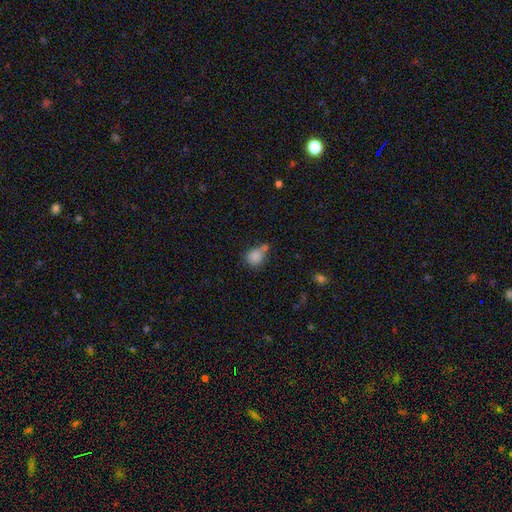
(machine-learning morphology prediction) Smooth or featured?
  - smooth: 83% *
  - star or artifact: 10%
  - featured or disk: 7%
How rounded?
  - round: 69% *
  - in between: 30%
  - cigar-shaped: 1%
Merging?
  - none: 41% *
  - merger: 30%
  - minor disturbance: 21%
  - major disturbance: 8%